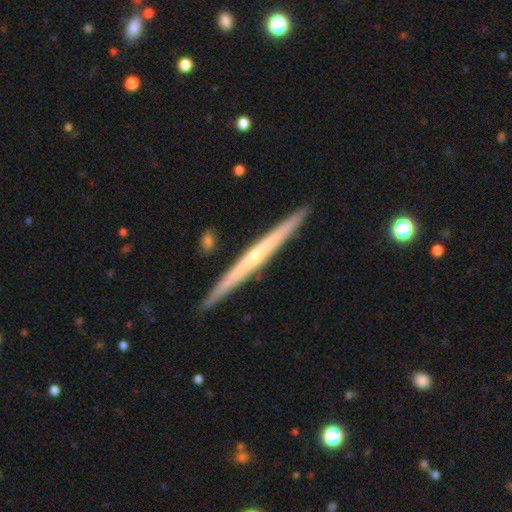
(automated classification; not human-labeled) This appears to be a featured or disk galaxy (70%) viewed edge-on (98%) with no central bulge (59%). Merging: none (91%).